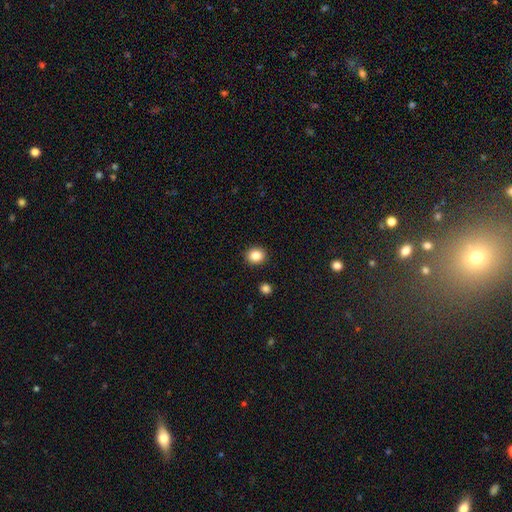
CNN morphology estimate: A smooth galaxy with no disk features (85%) that is round (75%). Merging: none (91%).